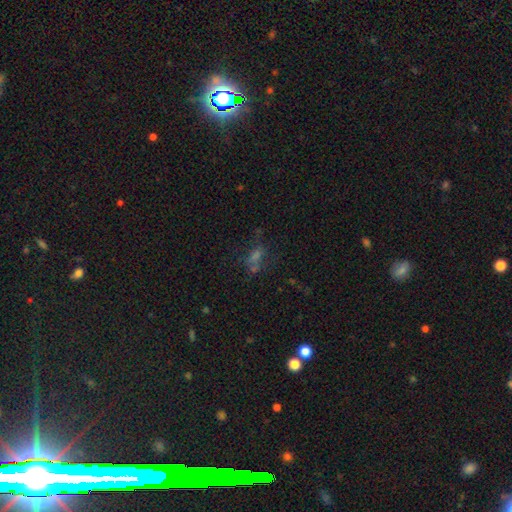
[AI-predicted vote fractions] Smooth or featured? smooth (42%)
Merging? none (48%)